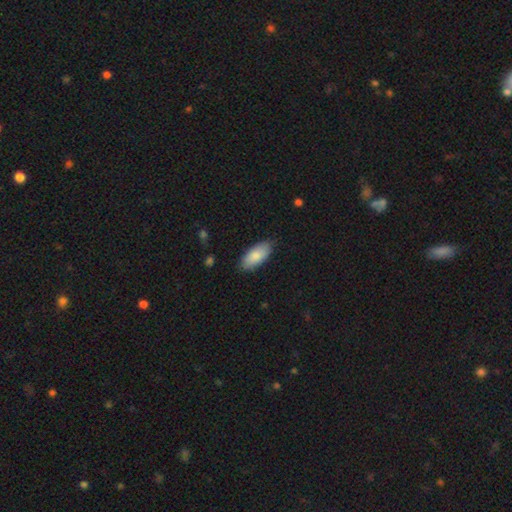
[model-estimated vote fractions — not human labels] smooth-or-featured: smooth: 85% | featured or disk: 10% | star or artifact: 6%
  how-rounded: in between: 89% | cigar-shaped: 9% | round: 2%
  merging: none: 85% | minor disturbance: 12% | major disturbance: 2% | merger: 1%